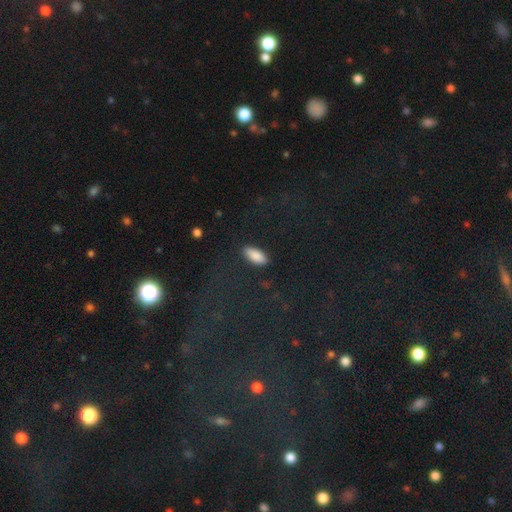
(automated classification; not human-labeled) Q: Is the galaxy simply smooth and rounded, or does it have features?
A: smooth — 88%.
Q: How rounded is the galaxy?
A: in between — 84%.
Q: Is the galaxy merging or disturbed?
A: none — 88%.